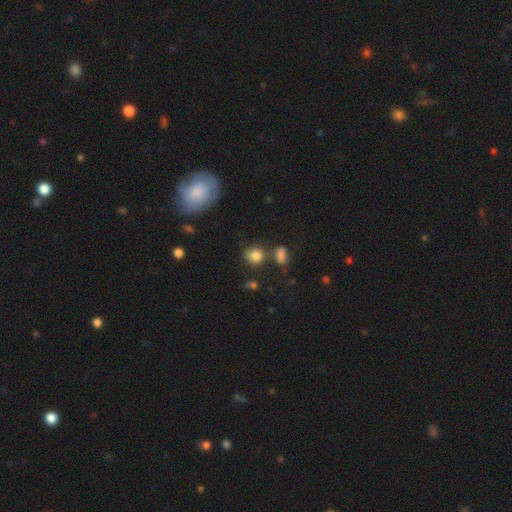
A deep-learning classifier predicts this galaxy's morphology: Smooth or featured? Predicted: smooth (p=0.81). How rounded? Predicted: round (p=0.66). Merging? Predicted: none (p=0.63).